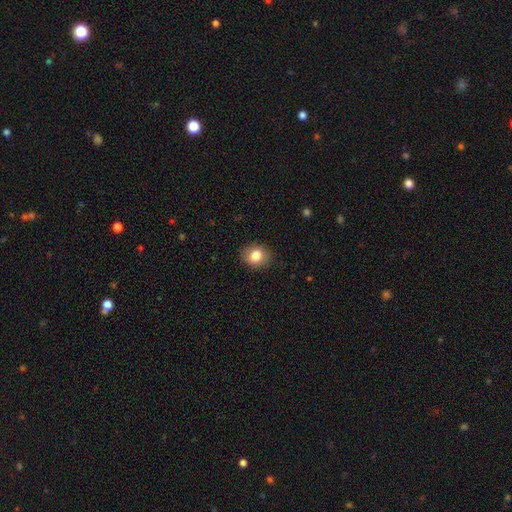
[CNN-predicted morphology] This is clearly a smooth galaxy (81%). How rounded: likely round (66%). Merging: clearly none (89%).